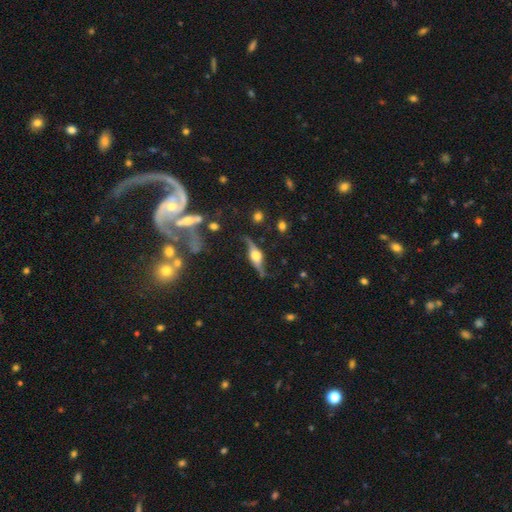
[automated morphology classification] A featured or disk galaxy (80%) viewed edge-on (68%) with a rounded central bulge (91%). Merging: none (69%).